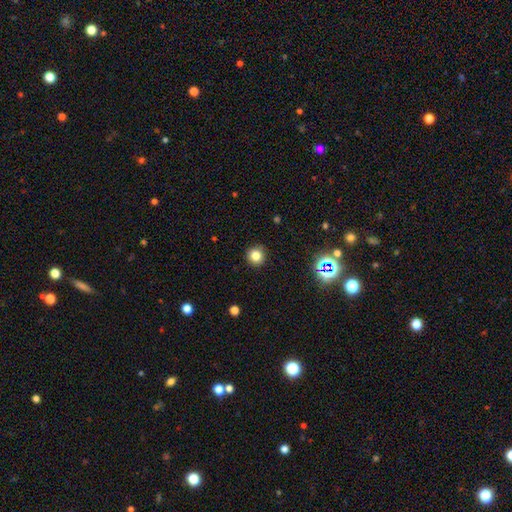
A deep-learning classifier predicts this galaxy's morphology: A smooth galaxy with no disk features (81%) that is round (94%). Merging: none (92%).